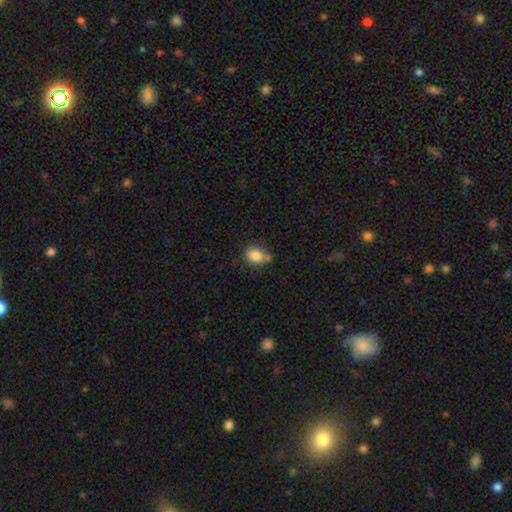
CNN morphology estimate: This is clearly a smooth galaxy (84%). How rounded: possibly round (50%). Merging: likely none (62%).